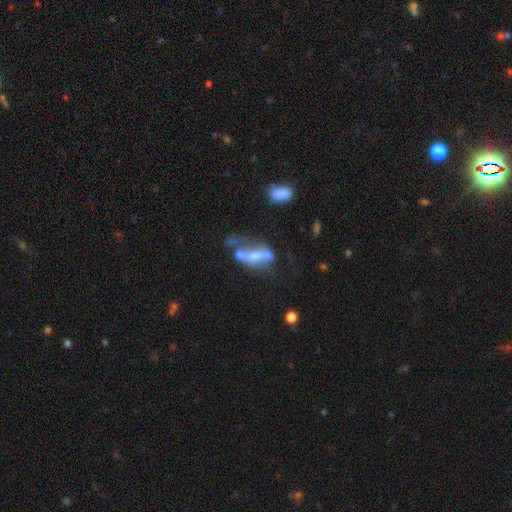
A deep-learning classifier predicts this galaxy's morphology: Smooth or featured?
  - featured or disk: 59% *
  - smooth: 30%
  - star or artifact: 11%
Edge-on disk?
  - no: 93% *
  - yes: 7%
Bar?
  - no: 71% *
  - weak: 19%
  - strong: 9%
Spiral arms?
  - no: 76% *
  - yes: 24%
Bulge size?
  - moderate: 48% *
  - small: 24%
  - none: 14%
  - large: 12%
  - dominant: 2%
Merging?
  - merger: 42% *
  - major disturbance: 24%
  - none: 21%
  - minor disturbance: 14%